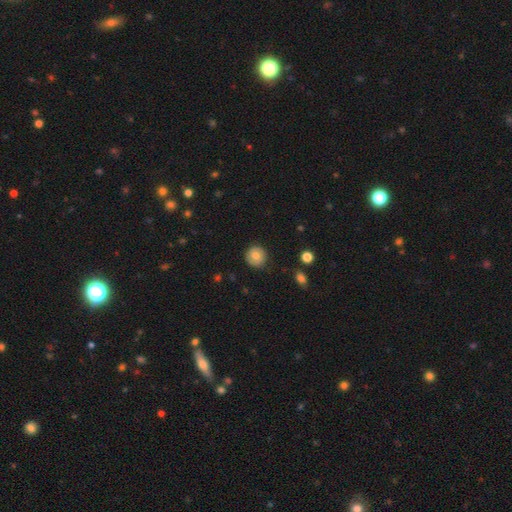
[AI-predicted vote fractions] Overall: smooth (77%). How rounded: round (94%). Merging: none (86%).